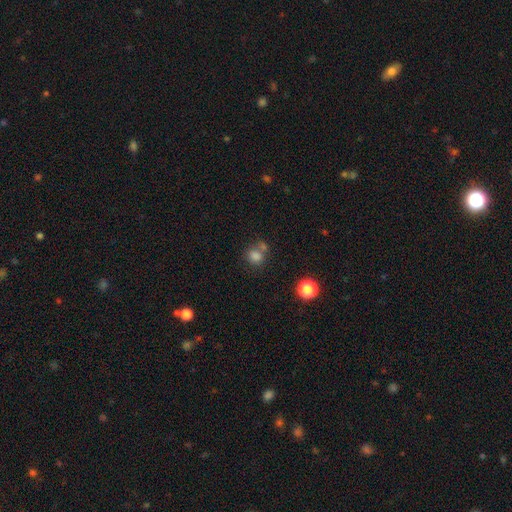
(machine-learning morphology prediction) Smooth or featured: smooth — 79% (star or artifact — 13%)
How rounded: round — 76% (in between — 23%)
Merging: none — 48% (merger — 35%)